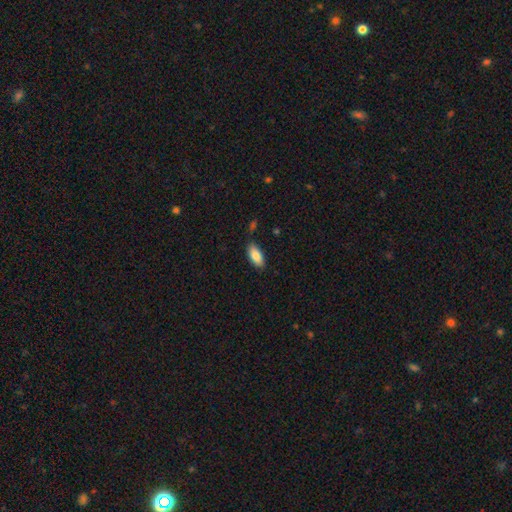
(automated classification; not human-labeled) smooth 86%, featured or disk 7%, star or artifact 6%. Down the decision tree: how rounded — in between (89%); merging — none (83%).